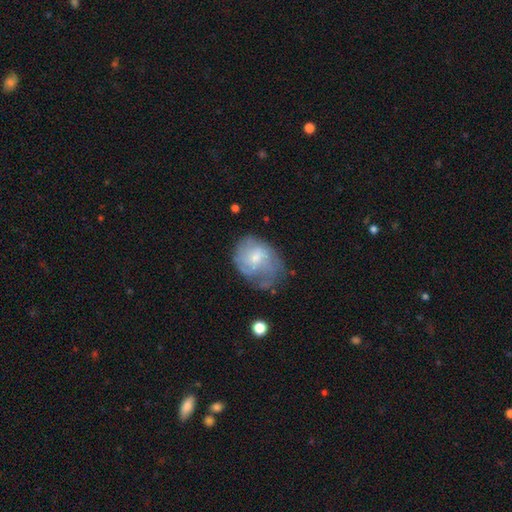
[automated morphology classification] The model was most divided on "bulge size": small: 48%, moderate: 42%, none: 6%, large: 3%, dominant: 1%. Remaining: edge-on disk — no (97%); spiral arms — yes (72%); smooth or featured — featured or disk (56%); bar — no (54%); merging — none (45%).